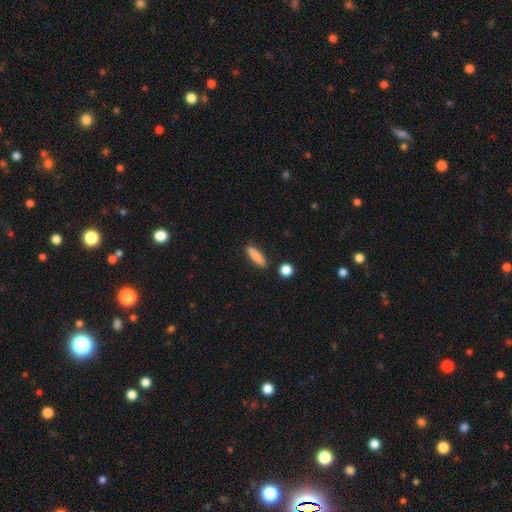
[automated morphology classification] Q: Smooth or featured?
A: smooth (85%); runner-up: featured or disk (8%)
Q: How rounded?
A: cigar-shaped (71%); runner-up: in between (26%)
Q: Merging?
A: none (86%); runner-up: minor disturbance (9%)